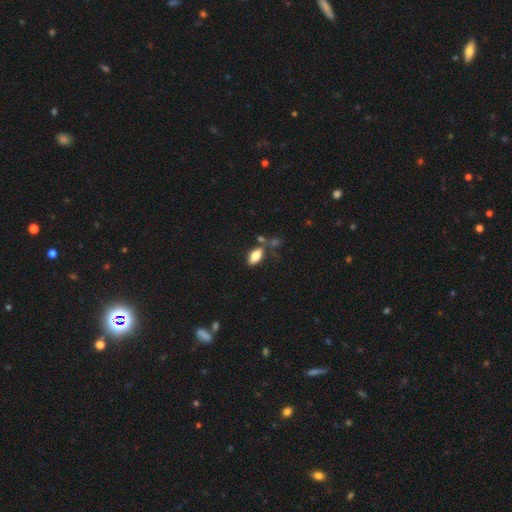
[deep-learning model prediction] Smooth or featured? smooth (77%)
How rounded? in between (89%)
Merging? none (63%)